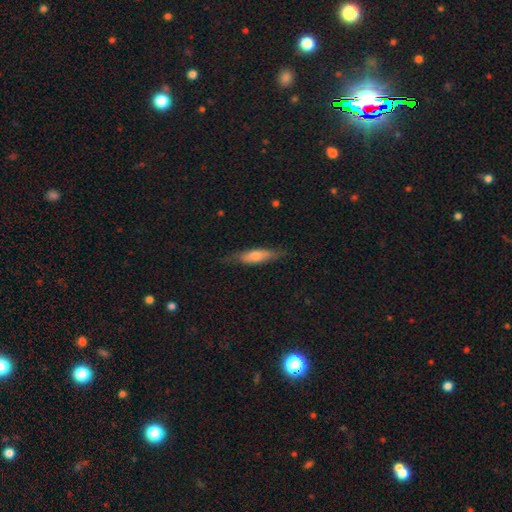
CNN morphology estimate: Smooth or featured?
  - featured or disk: 46% * (tied)
  - smooth: 46% * (tied)
  - star or artifact: 7%
Merging?
  - none: 80% *
  - minor disturbance: 15%
  - major disturbance: 3%
  - merger: 1%